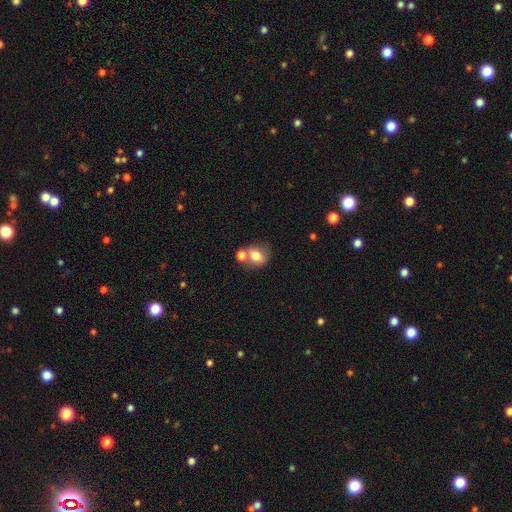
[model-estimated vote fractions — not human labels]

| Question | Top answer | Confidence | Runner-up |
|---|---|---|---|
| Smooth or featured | smooth | 74% | featured or disk (17%) |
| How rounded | in between | 51% | round (48%) |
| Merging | none | 43% | merger (39%) |